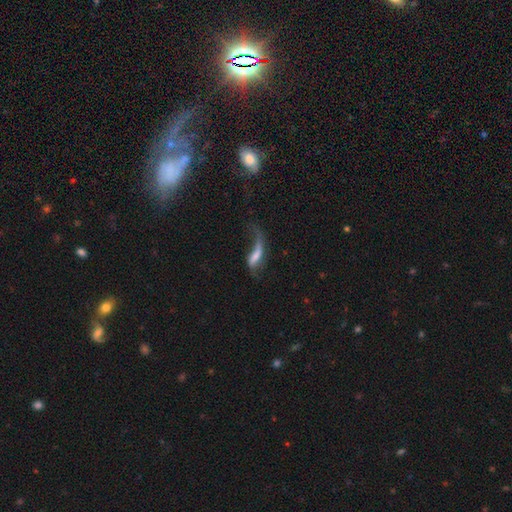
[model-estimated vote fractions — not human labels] A featured or disk galaxy (54%). Merging: major disturbance (47%).